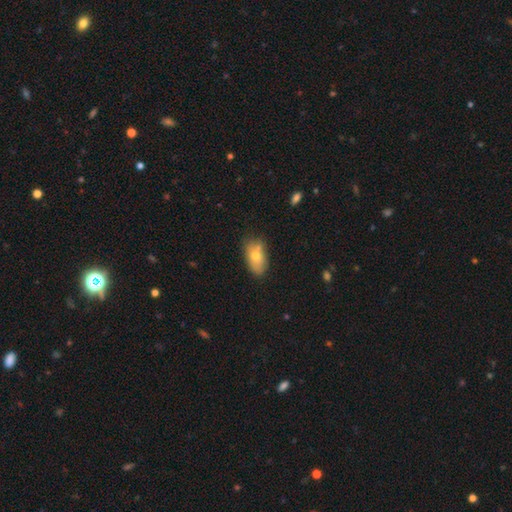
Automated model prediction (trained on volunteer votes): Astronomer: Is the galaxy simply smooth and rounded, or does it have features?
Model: smooth — 70%.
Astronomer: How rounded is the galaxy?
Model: in between — 87%.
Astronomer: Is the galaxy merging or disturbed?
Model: none — 61%.